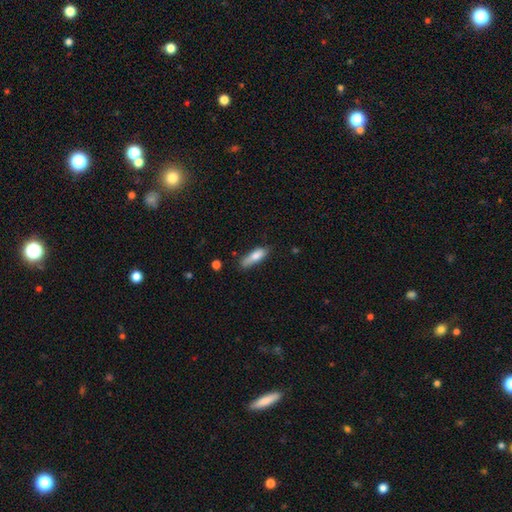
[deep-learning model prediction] Smooth or featured? smooth (78%)
How rounded? cigar-shaped (49%, tied with in between)
Merging? none (60%)